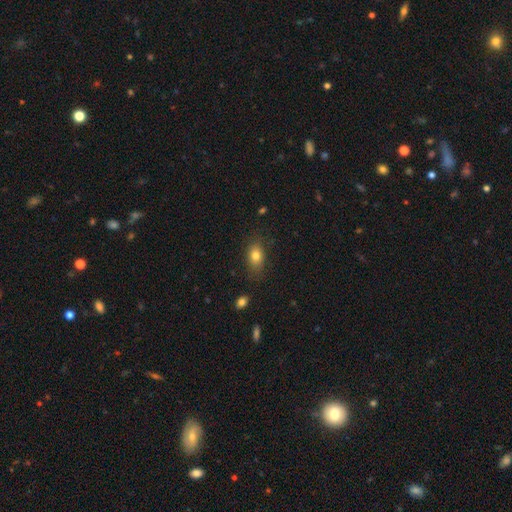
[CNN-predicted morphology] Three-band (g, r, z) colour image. It shows a smooth galaxy with no disk features (79%) that is in between round and cigar-shaped (80%). Merging: none (79%).